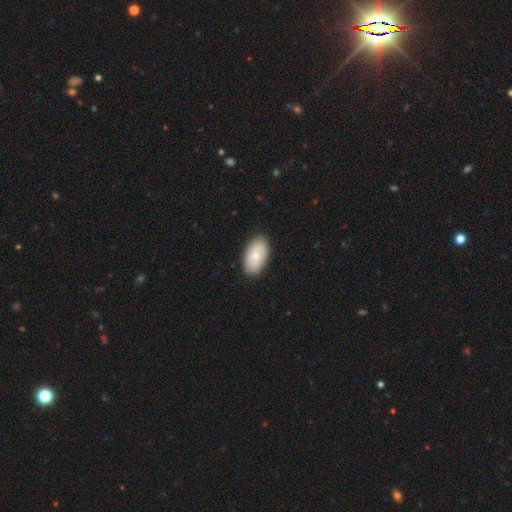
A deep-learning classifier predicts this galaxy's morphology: Overall: smooth (63%; featured or disk 31%). How rounded: in between (93%). Merging: none (86%).